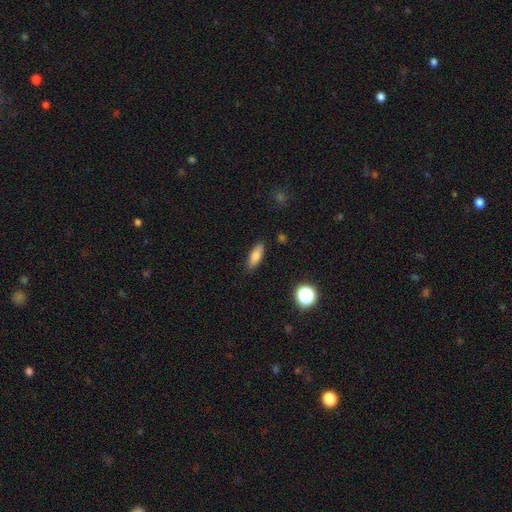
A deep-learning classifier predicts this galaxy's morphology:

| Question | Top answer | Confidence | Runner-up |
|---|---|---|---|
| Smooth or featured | smooth | 81% | featured or disk (10%) |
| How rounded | in between | 66% | cigar-shaped (30%) |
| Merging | none | 85% | minor disturbance (11%) |